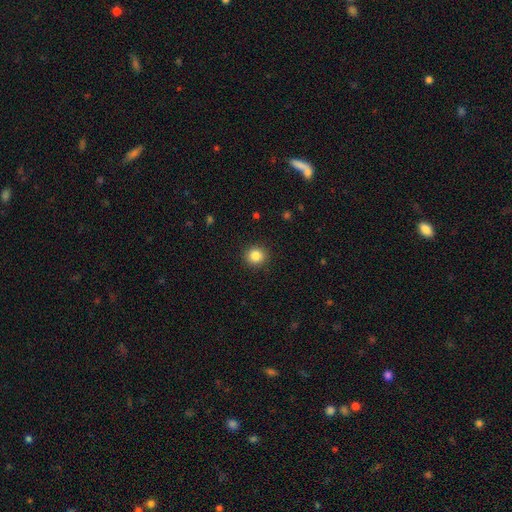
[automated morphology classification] A smooth galaxy with no disk features (85%) that is round (89%). Merging: none (91%).